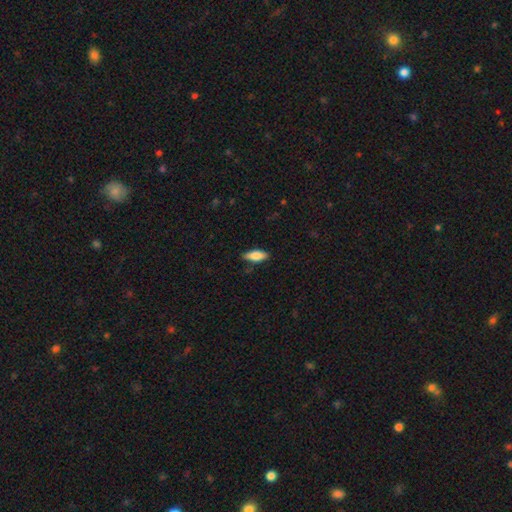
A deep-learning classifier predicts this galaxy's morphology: Q: Smooth or featured?
A: smooth (80%); runner-up: featured or disk (14%)
Q: How rounded?
A: in between (76%); runner-up: cigar-shaped (21%)
Q: Merging?
A: none (83%); runner-up: minor disturbance (14%)